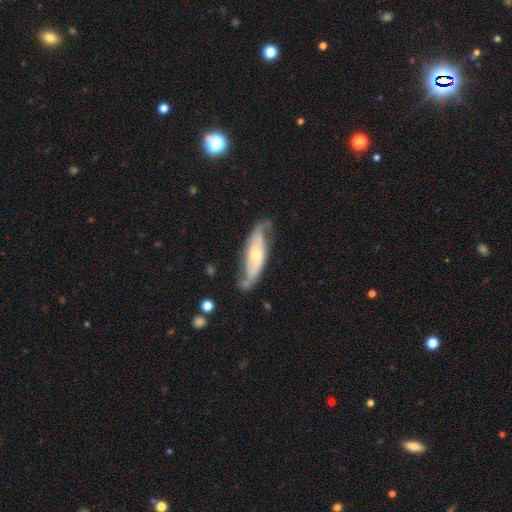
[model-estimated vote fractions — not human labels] Q: Smooth or featured?
A: featured or disk (75%); runner-up: smooth (19%)
Q: Edge-on disk?
A: no (80%); runner-up: yes (20%)
Q: Bar?
A: no (64%); runner-up: weak (24%)
Q: Spiral arms?
A: yes (87%); runner-up: no (13%)
Q: Spiral winding?
A: loose (40%); runner-up: medium (36%)
Q: Spiral arm count?
A: 2 (82%); runner-up: can't tell (12%)
Q: Bulge size?
A: small (54%); runner-up: moderate (41%)
Q: Merging?
A: none (68%); runner-up: minor disturbance (22%)